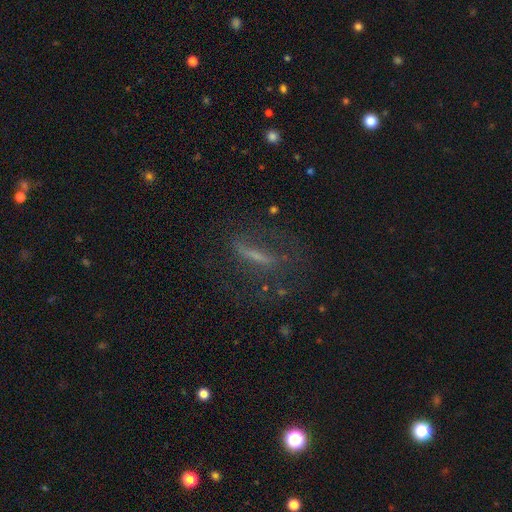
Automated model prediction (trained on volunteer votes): Smooth or featured?
  - featured or disk: 52% *
  - smooth: 29%
  - star or artifact: 19%
Edge-on disk?
  - no: 54% *
  - yes: 46%
Merging?
  - none: 62% *
  - major disturbance: 18%
  - minor disturbance: 17%
  - merger: 3%